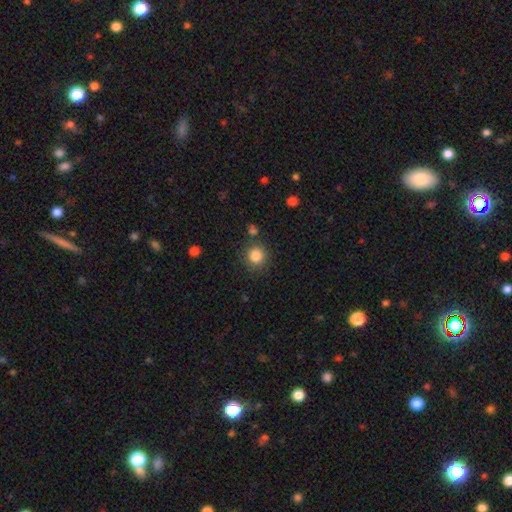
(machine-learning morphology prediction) Smooth or featured? smooth (84%)
How rounded? round (91%)
Merging? none (83%)